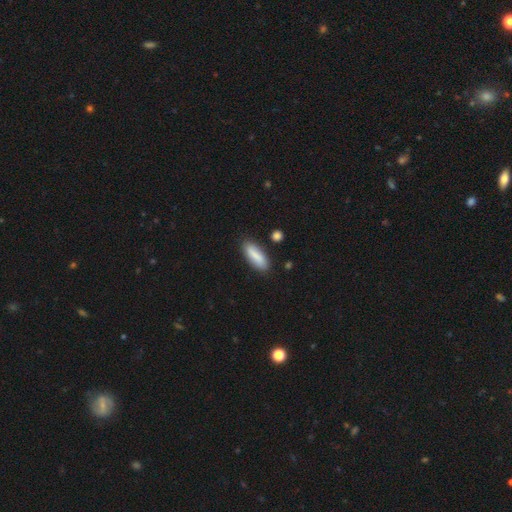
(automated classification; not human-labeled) This is clearly a smooth galaxy (85%). How rounded: possibly in between (57%). Merging: clearly none (83%).